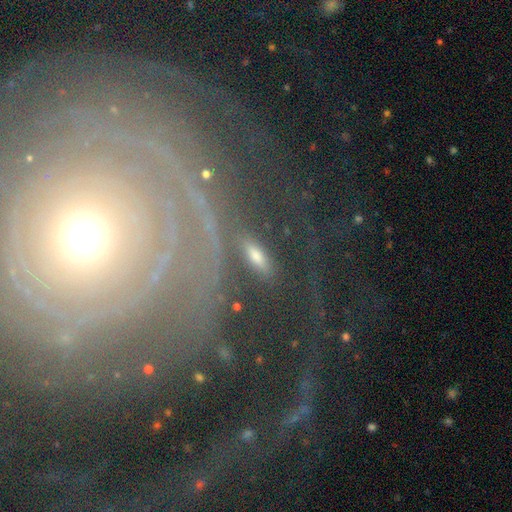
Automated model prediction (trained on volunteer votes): Q: Smooth or featured?
A: featured or disk (66%); runner-up: smooth (18%)
Q: Edge-on disk?
A: no (83%); runner-up: yes (17%)
Q: Bar?
A: no (58%); runner-up: weak (21%)
Q: Spiral arms?
A: yes (78%); runner-up: no (22%)
Q: Bulge size?
A: moderate (47%); runner-up: small (35%)
Q: Merging?
A: none (69%); runner-up: minor disturbance (13%)